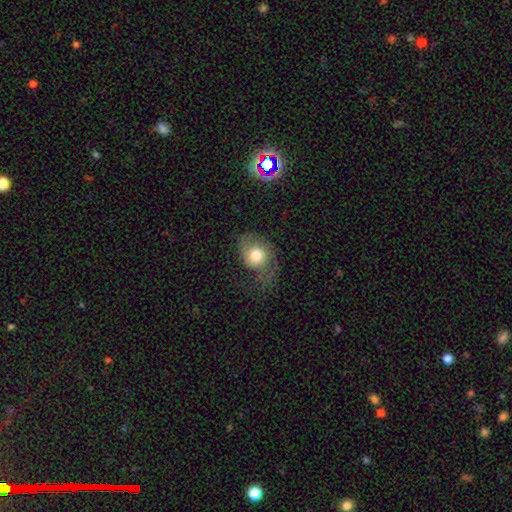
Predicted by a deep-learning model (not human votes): Q: Smooth or featured?
A: smooth (64%); runner-up: featured or disk (28%)
Q: How rounded?
A: round (55%); runner-up: in between (44%)
Q: Merging?
A: major disturbance (39%); runner-up: none (32%)